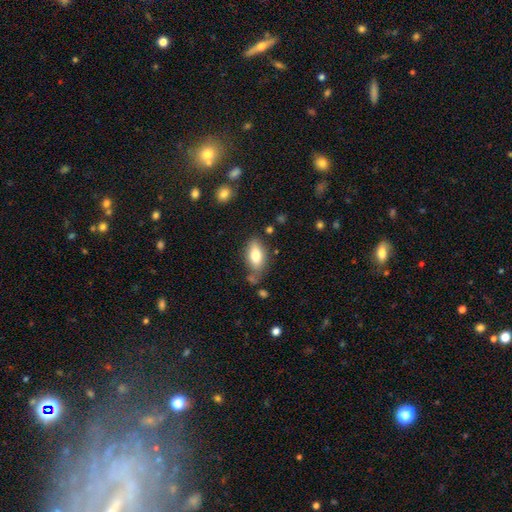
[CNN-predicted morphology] Smooth or featured: smooth — 76% (featured or disk — 17%)
How rounded: in between — 87% (cigar-shaped — 9%)
Merging: none — 68% (minor disturbance — 19%)